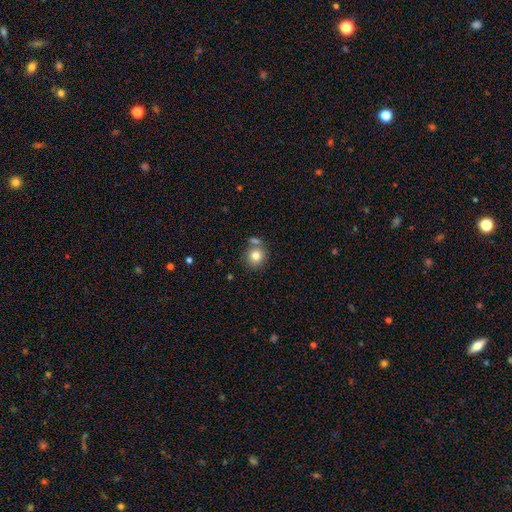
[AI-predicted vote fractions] Morphology: type=smooth (80%); roundness=round (85%); merging=none (66%).